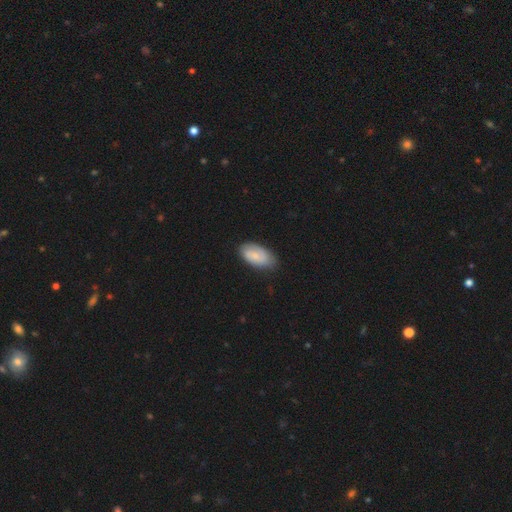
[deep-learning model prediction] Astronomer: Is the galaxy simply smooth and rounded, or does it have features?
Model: smooth — 60%.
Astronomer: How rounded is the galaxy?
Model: in between — 93%.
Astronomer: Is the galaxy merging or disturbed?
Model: none — 72%.